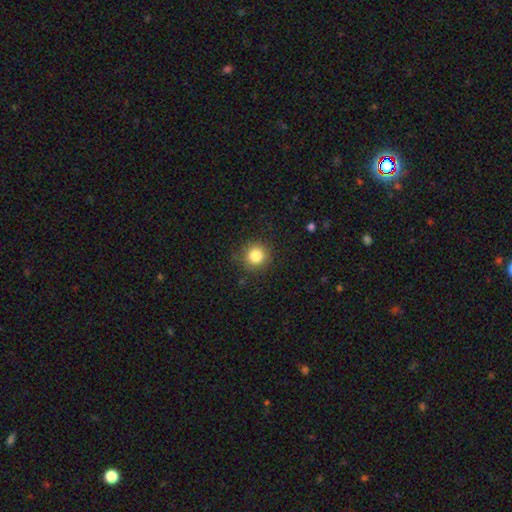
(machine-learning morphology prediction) Q: Smooth or featured?
A: smooth (84%); runner-up: star or artifact (11%)
Q: How rounded?
A: round (94%); runner-up: in between (5%)
Q: Merging?
A: none (86%); runner-up: minor disturbance (10%)